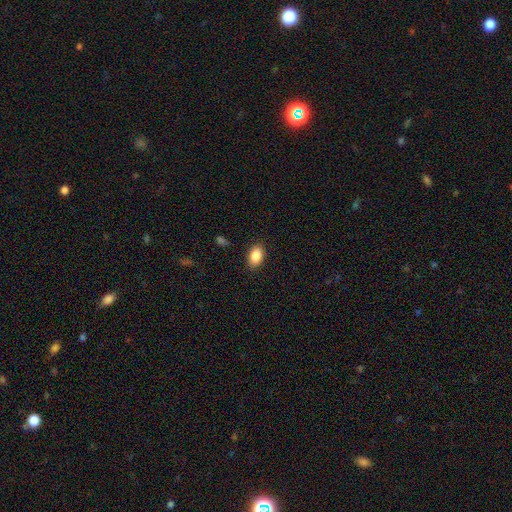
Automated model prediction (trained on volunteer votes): A smooth galaxy with no disk features (88%) that is in between round and cigar-shaped (90%). Merging: none (88%).